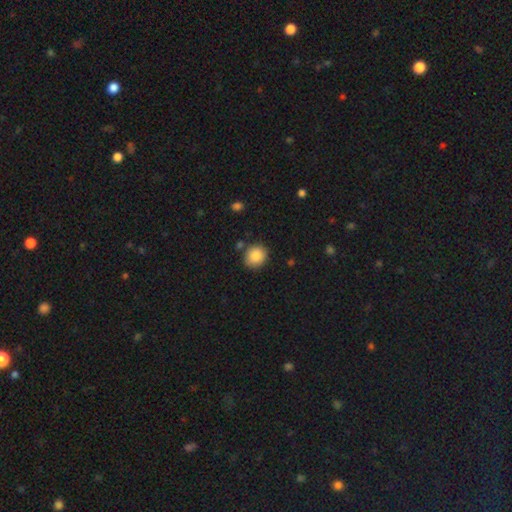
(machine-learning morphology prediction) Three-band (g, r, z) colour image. It shows a smooth galaxy with no disk features (87%) that is round (77%). Merging: none (84%).